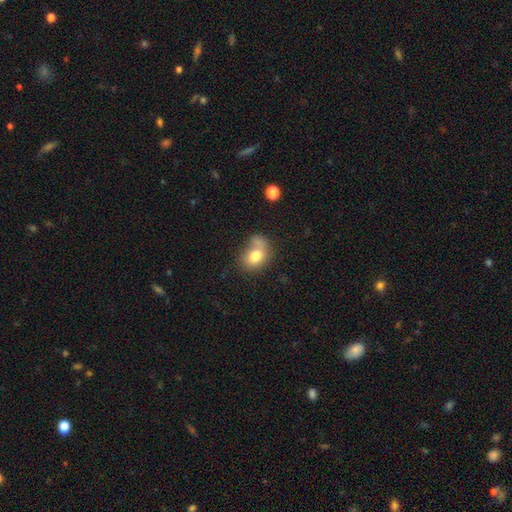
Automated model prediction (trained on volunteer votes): Overall: smooth (76%). How rounded: in between (58%; round 41%). Merging: none (36%; merger 31%).